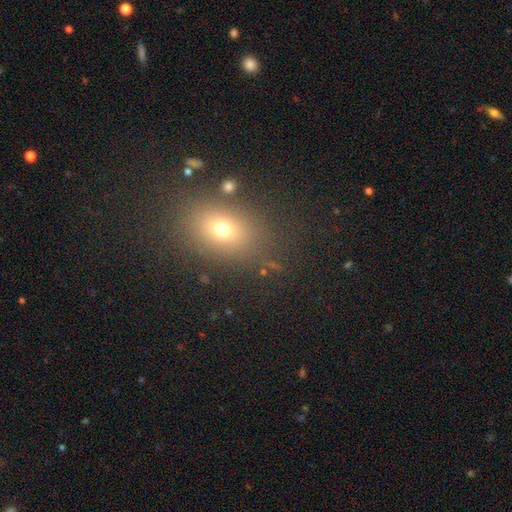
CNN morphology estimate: A smooth galaxy with no disk features (64%) that is in between round and cigar-shaped (67%). Merging: none (82%).